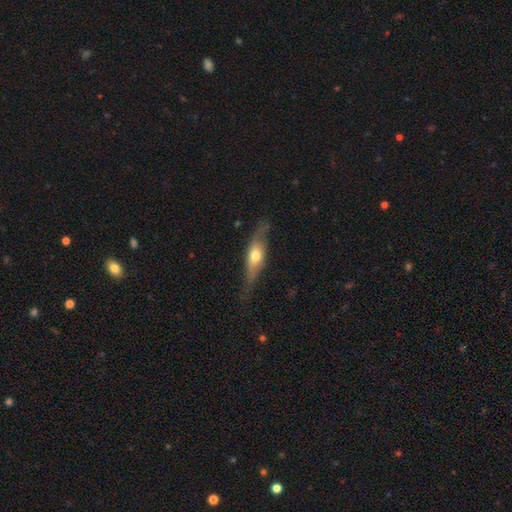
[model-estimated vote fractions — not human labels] smooth-or-featured: featured or disk: 48% | smooth: 45% | star or artifact: 6%
  merging: none: 68% | minor disturbance: 23% | major disturbance: 8% | merger: 2%